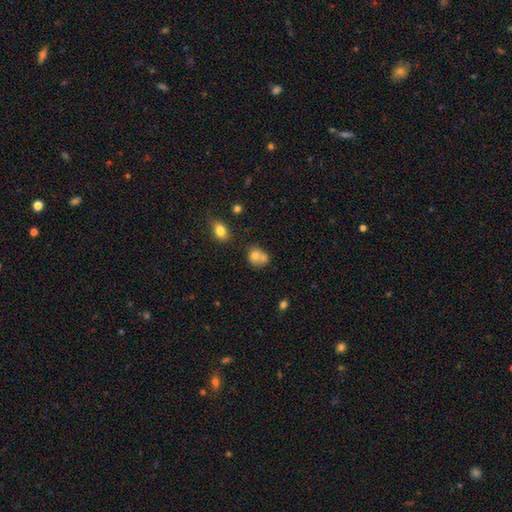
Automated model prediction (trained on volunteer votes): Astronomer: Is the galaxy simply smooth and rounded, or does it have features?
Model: smooth — 72%.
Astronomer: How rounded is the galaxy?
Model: round — 65%.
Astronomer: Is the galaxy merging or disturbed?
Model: merger — 48% (runner-up: none, 33%).